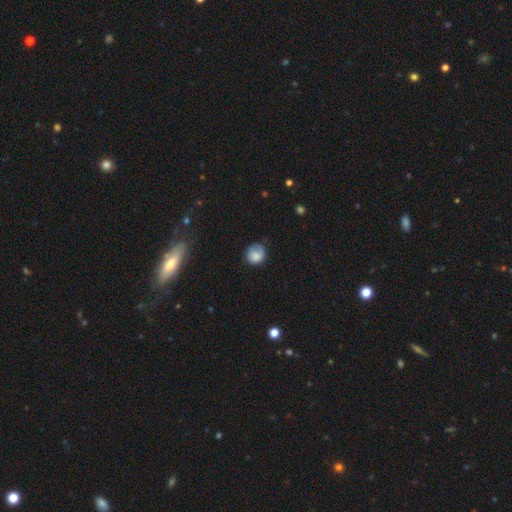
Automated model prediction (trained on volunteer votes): Overall: smooth (69%). How rounded: round (78%). Merging: none (60%; minor disturbance 27%).